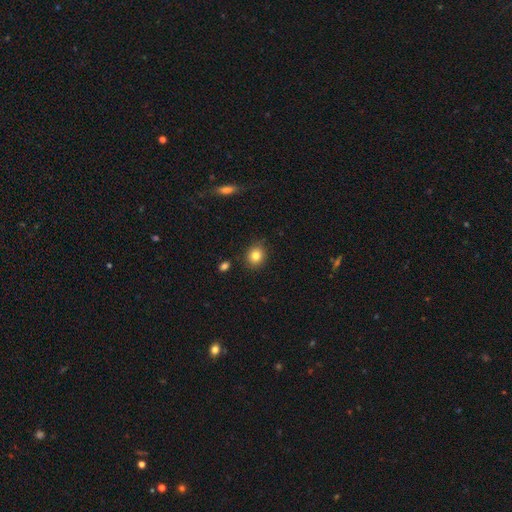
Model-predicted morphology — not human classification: The model was most divided on "how rounded": round: 72%, in between: 27%, cigar-shaped: 1%. More confident: merging — none (85%); smooth or featured — smooth (82%).